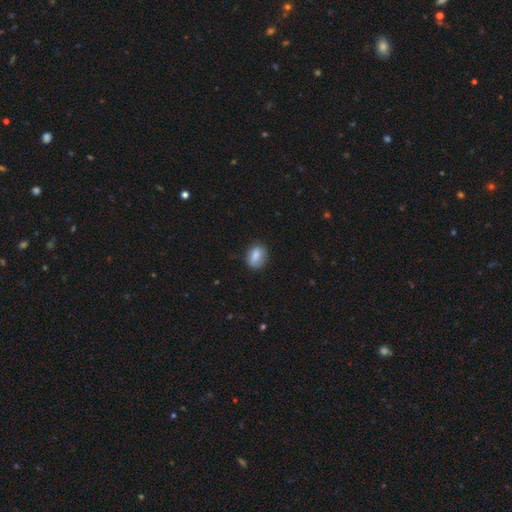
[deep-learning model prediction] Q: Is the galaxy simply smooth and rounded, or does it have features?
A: smooth — 84%.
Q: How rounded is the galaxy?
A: in between — 68%.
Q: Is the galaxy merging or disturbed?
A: none — 79%.